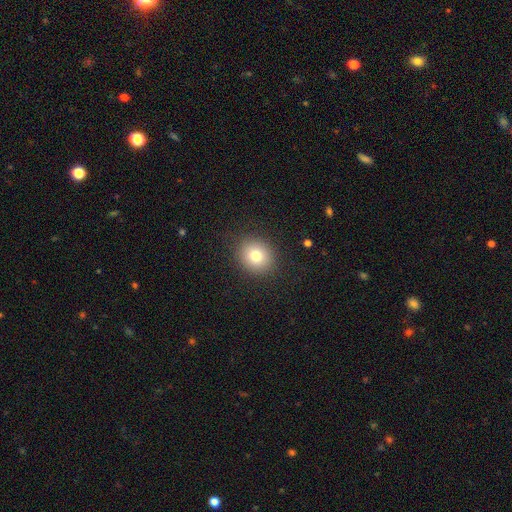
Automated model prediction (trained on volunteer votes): Smooth or featured: smooth — 78% (star or artifact — 12%)
How rounded: round — 79% (in between — 20%)
Merging: none — 89% (minor disturbance — 7%)